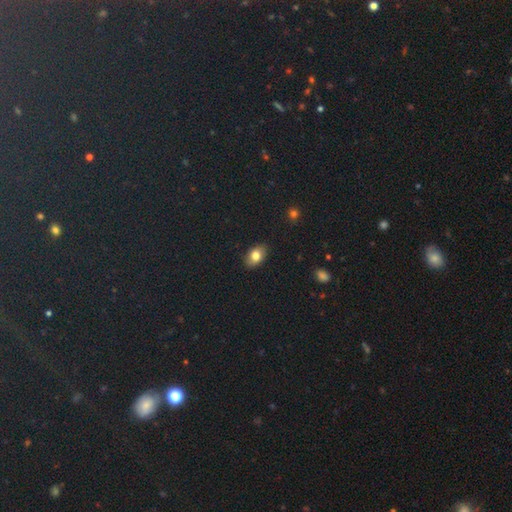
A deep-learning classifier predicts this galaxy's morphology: Q: Smooth or featured?
A: smooth (79%); runner-up: featured or disk (11%)
Q: How rounded?
A: in between (86%); runner-up: round (13%)
Q: Merging?
A: none (87%); runner-up: minor disturbance (10%)